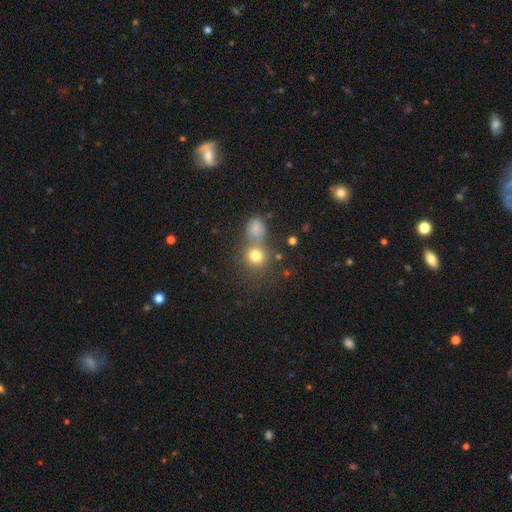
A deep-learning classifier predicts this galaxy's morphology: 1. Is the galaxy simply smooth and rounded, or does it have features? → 77% smooth, 14% star or artifact, 9% featured or disk.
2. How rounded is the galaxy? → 83% round, 16% in between, 1% cigar-shaped.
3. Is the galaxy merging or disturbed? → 50% none, 35% merger, 9% minor disturbance, 5% major disturbance.